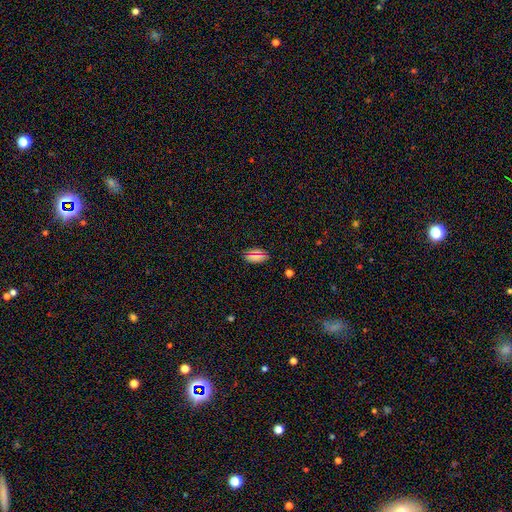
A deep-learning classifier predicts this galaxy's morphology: smooth 73%, star or artifact 19%, featured or disk 8%. Down the decision tree: how rounded — in between (91%); merging — none (84%).